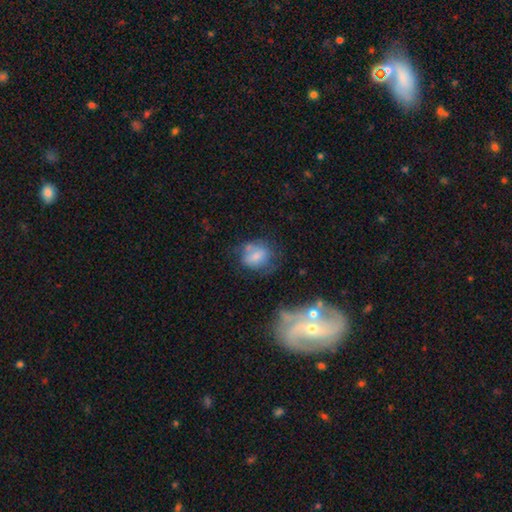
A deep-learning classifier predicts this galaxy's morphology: This appears to be a smooth galaxy with no disk features (64%) that is round (50%). Merging: none (43%).